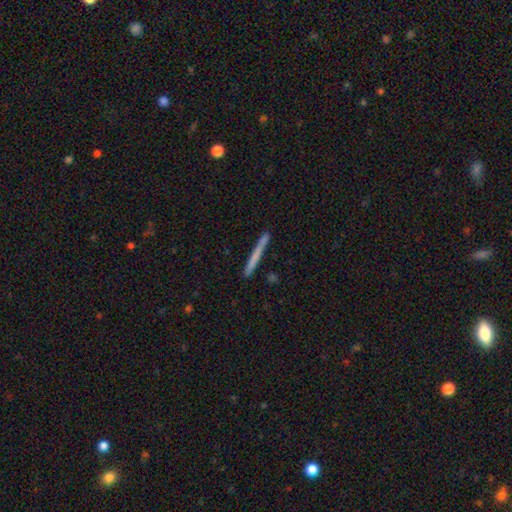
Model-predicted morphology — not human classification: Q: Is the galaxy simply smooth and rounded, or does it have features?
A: smooth — 62%.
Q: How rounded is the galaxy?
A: cigar-shaped — 97%.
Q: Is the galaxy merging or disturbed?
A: none — 88%.